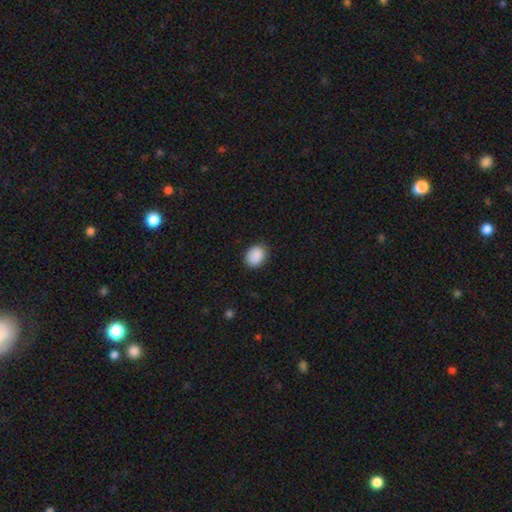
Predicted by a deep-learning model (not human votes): The model was most divided on "how rounded": in between: 56%, round: 43%, cigar-shaped: 1%. More confident: smooth or featured — smooth (90%); merging — none (85%).